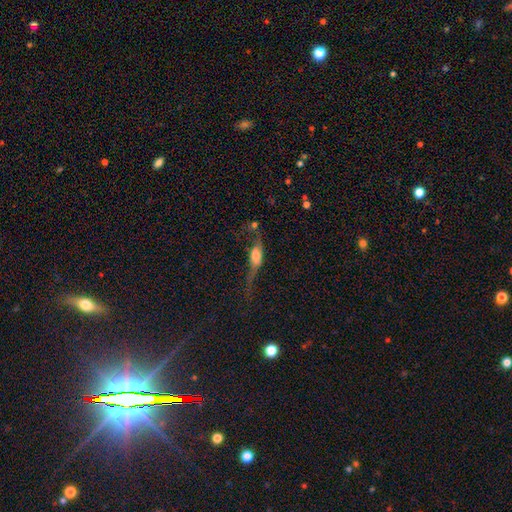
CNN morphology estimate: A featured or disk galaxy (54%) viewed edge-on (53%). Merging: major disturbance (37%).